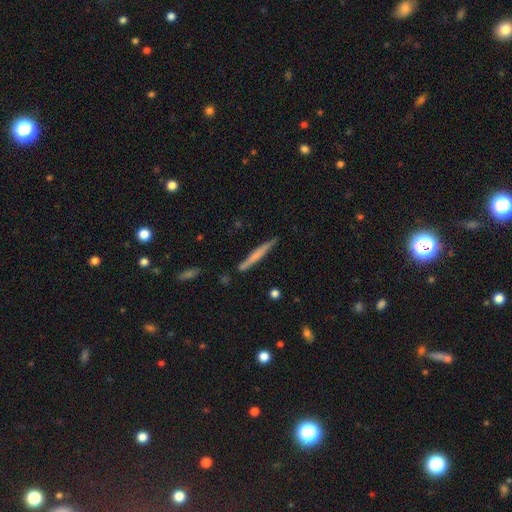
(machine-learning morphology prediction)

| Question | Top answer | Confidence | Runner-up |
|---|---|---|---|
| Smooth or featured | smooth | 54% | featured or disk (40%) |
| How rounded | cigar-shaped | 96% | in between (3%) |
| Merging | none | 84% | minor disturbance (11%) |